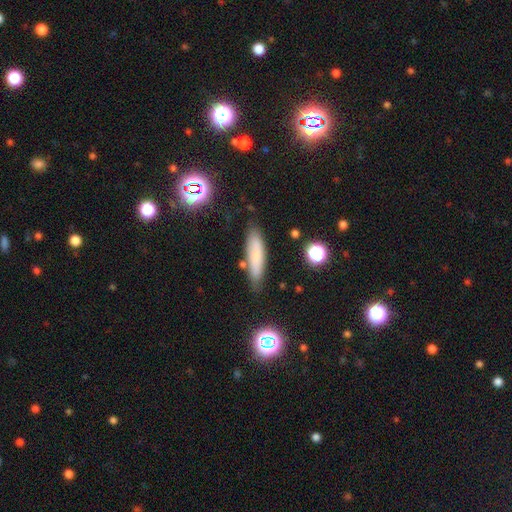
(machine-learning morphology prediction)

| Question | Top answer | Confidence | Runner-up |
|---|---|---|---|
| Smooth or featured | smooth | 74% | featured or disk (15%) |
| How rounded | cigar-shaped | 75% | in between (23%) |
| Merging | none | 81% | minor disturbance (13%) |